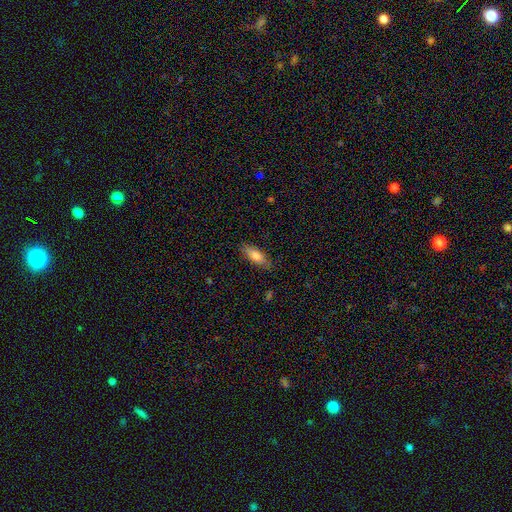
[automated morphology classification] A smooth galaxy with no disk features (77%) that is in between round and cigar-shaped (67%).

Vote fractions:
- Smooth or featured? smooth: 77% / featured or disk: 16% / star or artifact: 7%
- How rounded? in between: 67% / cigar-shaped: 31% / round: 2%
- Merging? none: 83% / minor disturbance: 13% / major disturbance: 3% / merger: 1%